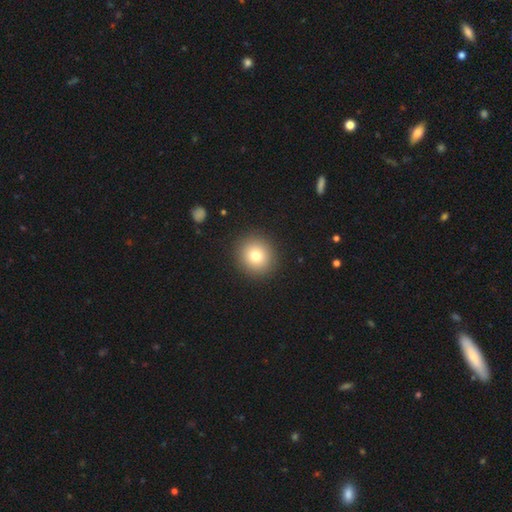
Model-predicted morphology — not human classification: smooth_or_featured: smooth (p=0.78) [alt: star or artifact p=0.12]
how_rounded: round (p=0.90) [alt: in between p=0.09]
merging: none (p=0.92) [alt: minor disturbance p=0.05]